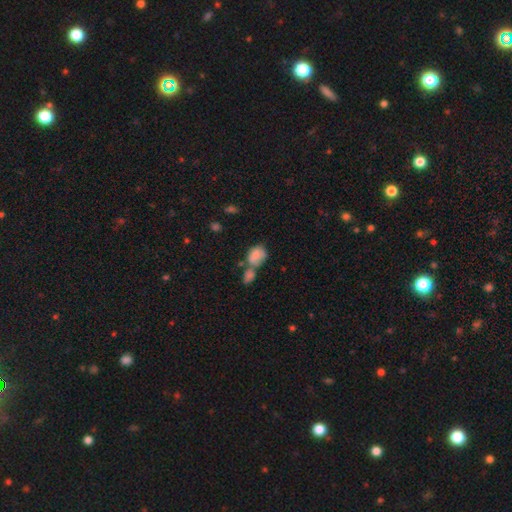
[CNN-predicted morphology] Smooth or featured? Predicted: smooth (p=0.78). How rounded? Predicted: in between (p=0.75). Merging? Predicted: merger (p=0.59).